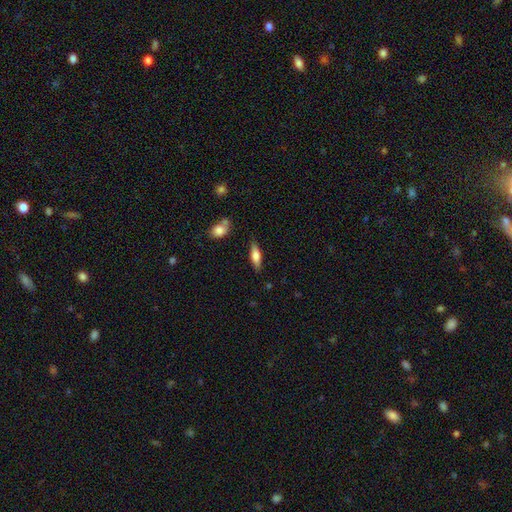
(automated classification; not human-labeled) A smooth galaxy with no disk features (64%) that is cigar-shaped (51%). Merging: none (82%).